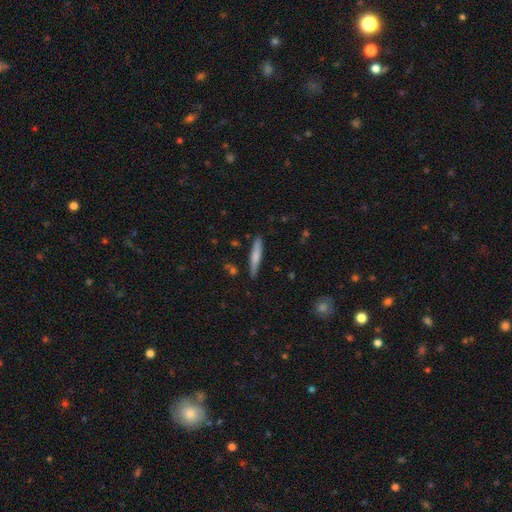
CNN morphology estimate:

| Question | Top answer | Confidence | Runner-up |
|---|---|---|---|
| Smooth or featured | smooth | 69% | featured or disk (26%) |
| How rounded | cigar-shaped | 92% | in between (7%) |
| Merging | none | 85% | minor disturbance (11%) |